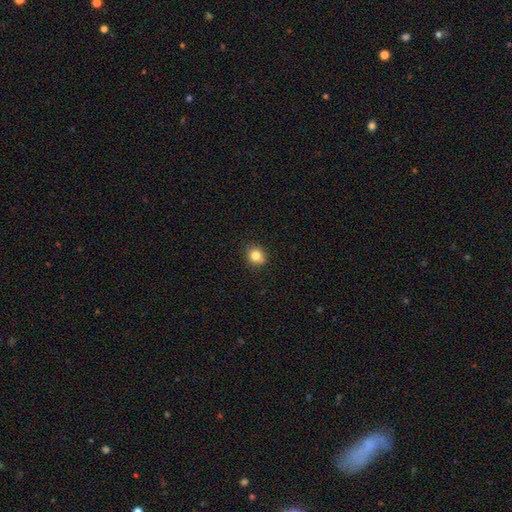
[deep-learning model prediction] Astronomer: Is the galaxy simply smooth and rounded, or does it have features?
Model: smooth — 82%.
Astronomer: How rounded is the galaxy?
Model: round — 80%.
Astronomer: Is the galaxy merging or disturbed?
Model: none — 84%.